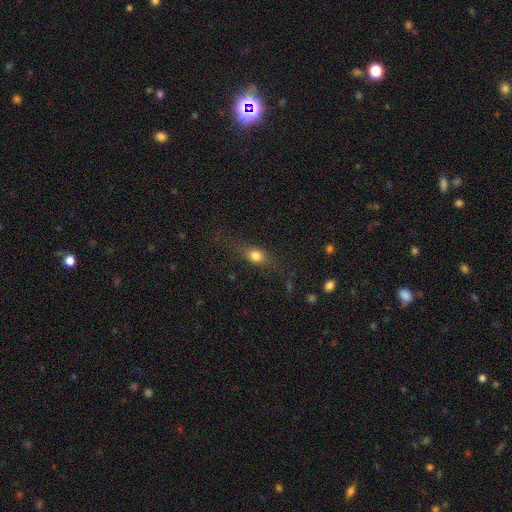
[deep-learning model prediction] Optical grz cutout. It shows a smooth galaxy with no disk features (68%) that is in between round and cigar-shaped (50%). Merging: none (71%).